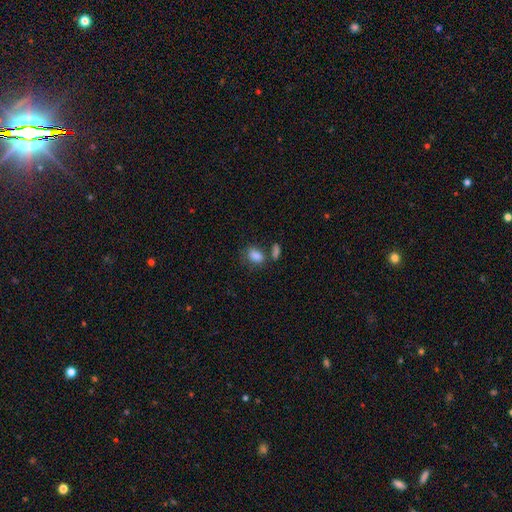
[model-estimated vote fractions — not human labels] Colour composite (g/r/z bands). It shows a smooth galaxy with no disk features (84%) that is in between round and cigar-shaped (85%). Merging: none (52%).